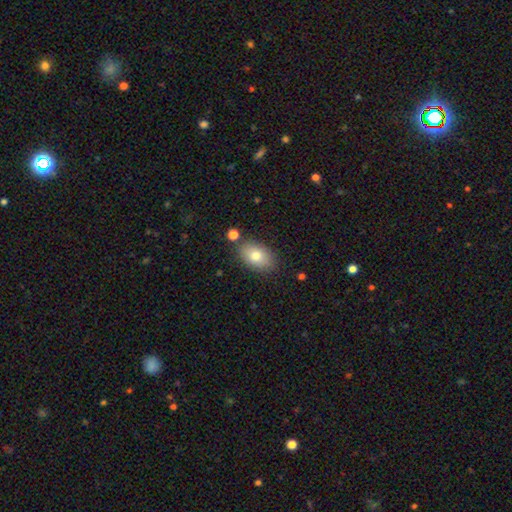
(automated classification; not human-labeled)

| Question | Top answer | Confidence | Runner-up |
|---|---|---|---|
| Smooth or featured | smooth | 79% | featured or disk (13%) |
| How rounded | in between | 89% | round (9%) |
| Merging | none | 80% | minor disturbance (12%) |